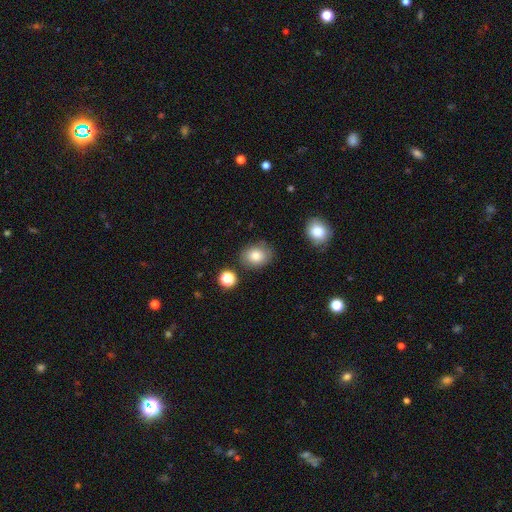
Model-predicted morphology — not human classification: smooth 80%, featured or disk 10%, star or artifact 10%. Down the decision tree: how rounded — in between (53%); merging — none (80%).